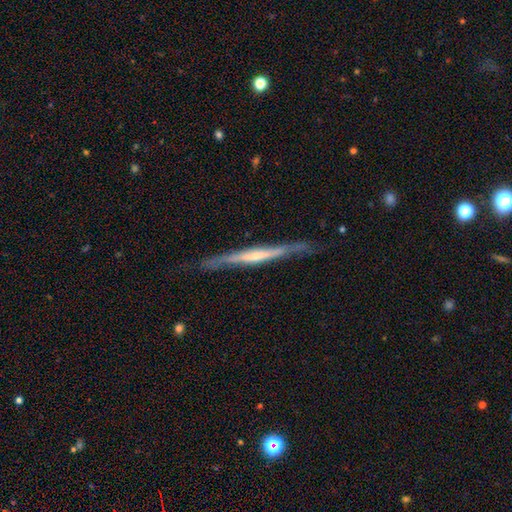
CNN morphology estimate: The model was most divided on "edge-on bulge": none: 54%, rounded: 32%, boxy: 14%. More confident: edge-on disk — yes (92%); merging — none (75%); smooth or featured — featured or disk (69%).